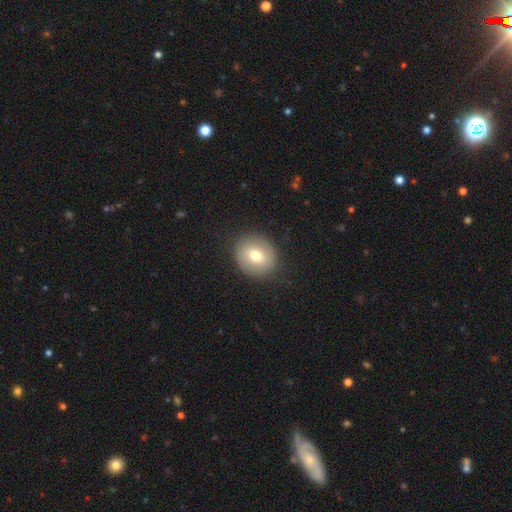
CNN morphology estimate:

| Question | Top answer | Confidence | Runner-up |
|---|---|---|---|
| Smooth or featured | smooth | 71% | featured or disk (21%) |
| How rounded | round | 76% | in between (23%) |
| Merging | none | 87% | minor disturbance (9%) |